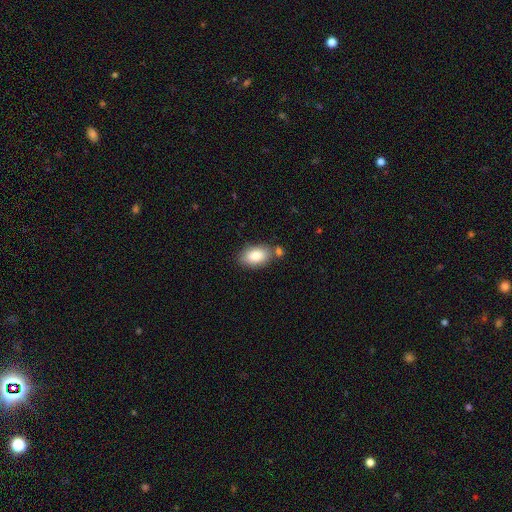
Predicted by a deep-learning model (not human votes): smooth 86%, featured or disk 7%, star or artifact 7%. Down the decision tree: how rounded — in between (92%); merging — none (69%).